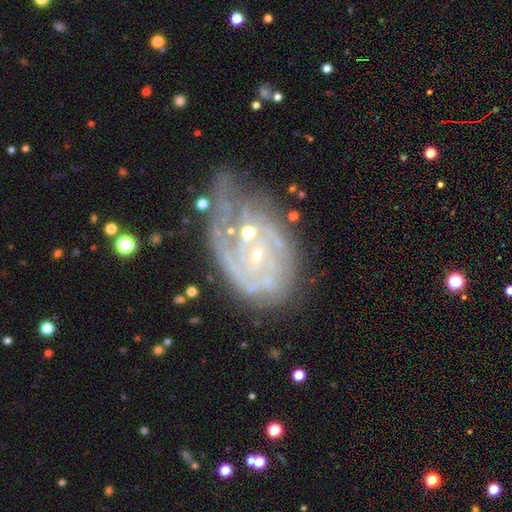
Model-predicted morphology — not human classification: Smooth or featured? Predicted: featured or disk (p=0.83). Edge-on disk? Predicted: no (p=0.97). Bar? Predicted: no (p=0.64). Spiral arms? Predicted: yes (p=0.91). Spiral winding? Predicted: tight (p=0.65). Spiral arm count? Predicted: can't tell (p=0.35). Bulge size? Predicted: small (p=0.77). Merging? Predicted: none (p=0.46).